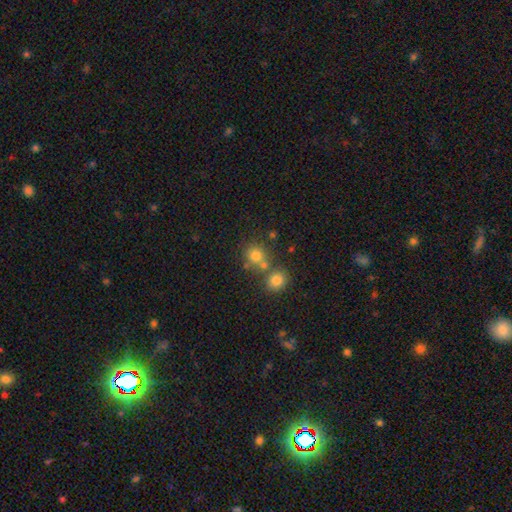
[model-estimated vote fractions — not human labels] This is likely a smooth galaxy (75%). How rounded: clearly round (83%). Merging: possibly none (55%).